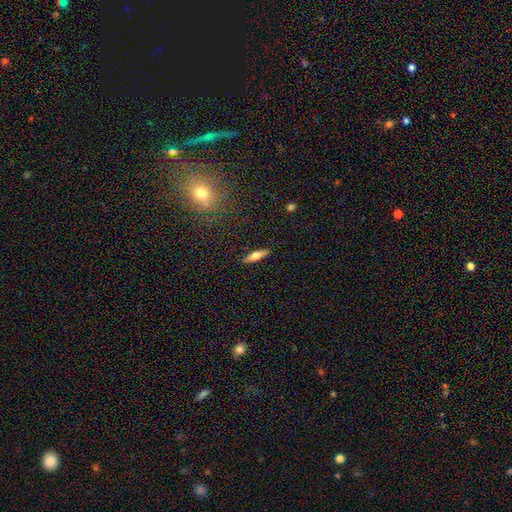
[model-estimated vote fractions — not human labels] A smooth galaxy with no disk features (50%). Merging: none (90%).